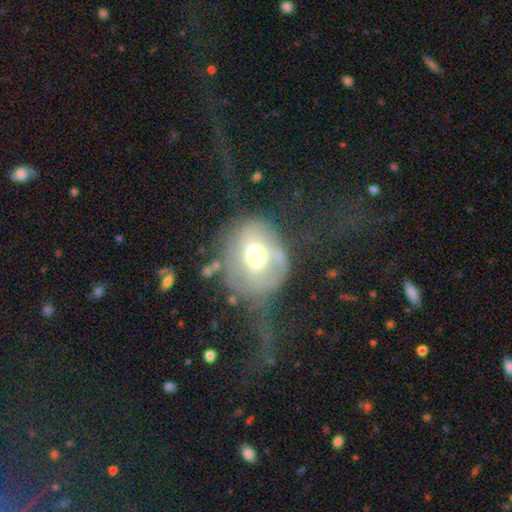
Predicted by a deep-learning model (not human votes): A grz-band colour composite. It shows a smooth galaxy with no disk features (49%). Merging: major disturbance (38%).